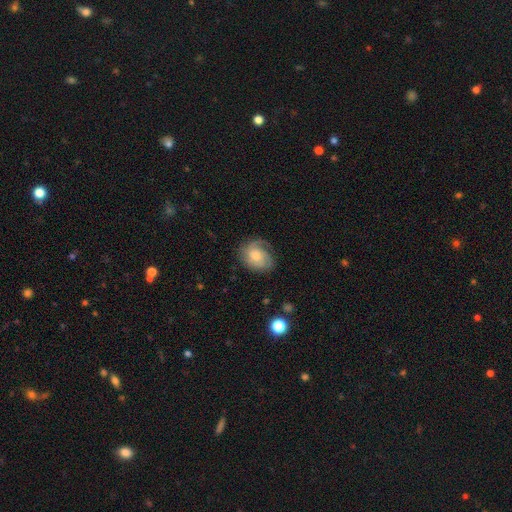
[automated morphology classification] A featured or disk galaxy (58%) with no bar (76%), spiral arms (87%) and a moderate central bulge (59%). Merging: none (66%).